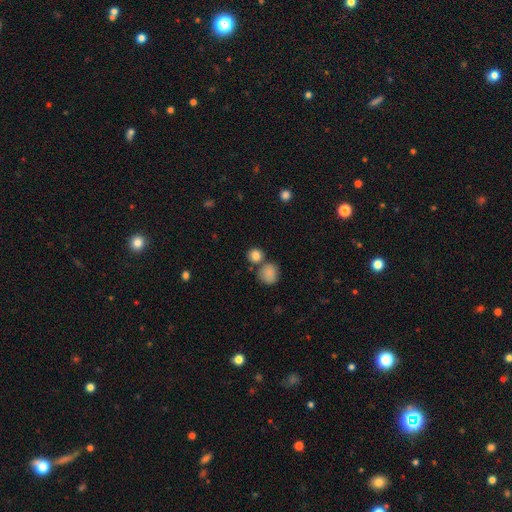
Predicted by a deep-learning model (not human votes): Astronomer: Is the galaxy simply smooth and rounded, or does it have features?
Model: smooth — 84%.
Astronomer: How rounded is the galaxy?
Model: round — 86%.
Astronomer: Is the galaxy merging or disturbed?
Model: none — 64%.